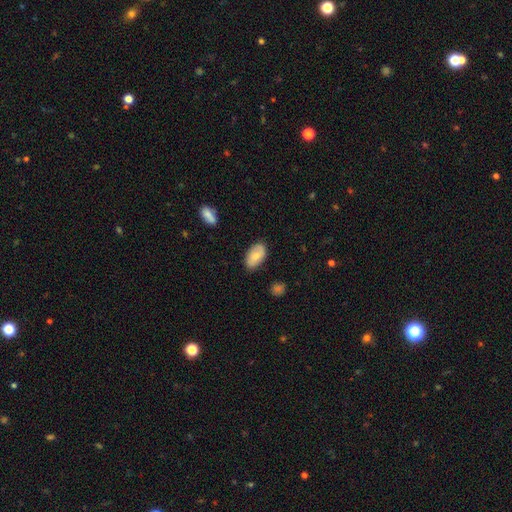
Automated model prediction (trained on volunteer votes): Smooth or featured: smooth — 69% (featured or disk — 24%)
How rounded: in between — 94% (round — 4%)
Merging: none — 80% (minor disturbance — 16%)